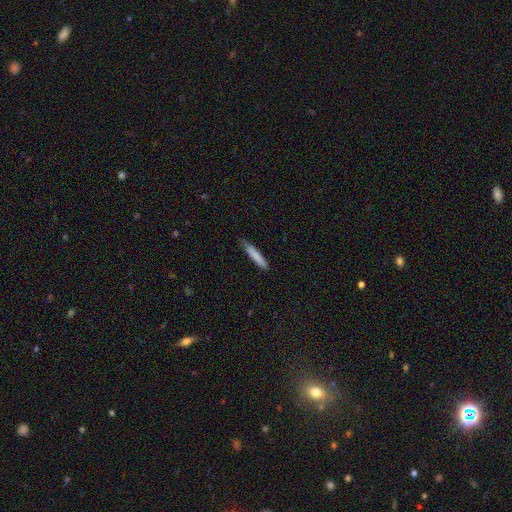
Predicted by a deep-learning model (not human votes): Smooth or featured: smooth — 80% (featured or disk — 14%)
How rounded: cigar-shaped — 92% (in between — 7%)
Merging: none — 78% (minor disturbance — 18%)